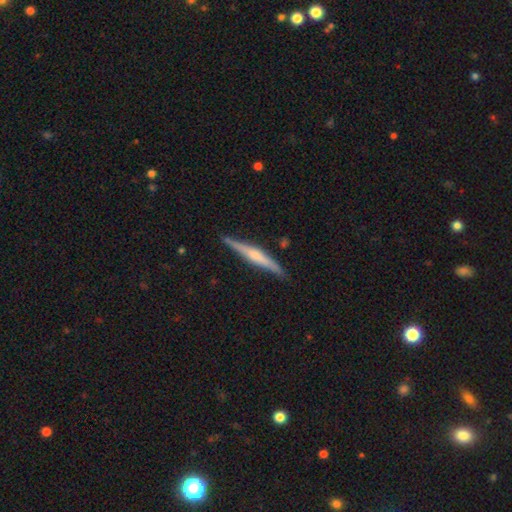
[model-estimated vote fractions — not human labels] This is likely a featured or disk galaxy (65%). It is clearly viewed edge-on (97%). Edge-on bulge: possibly rounded (59%). Merging: clearly none (87%).